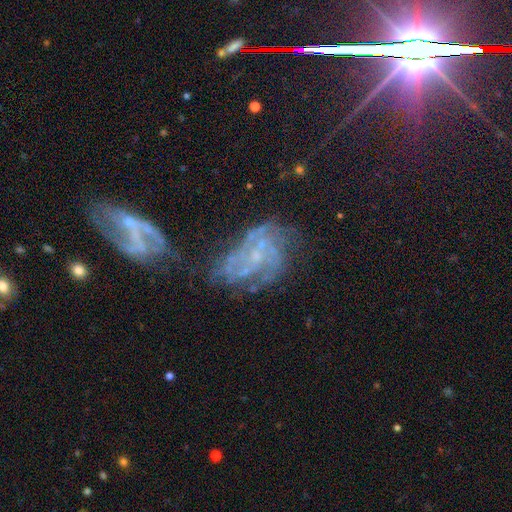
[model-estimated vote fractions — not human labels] This appears to be a featured or disk galaxy (71%) with no bar (64%), tight (40%) spiral arms (78%) and a small central bulge (64%). Merging: none (30%).